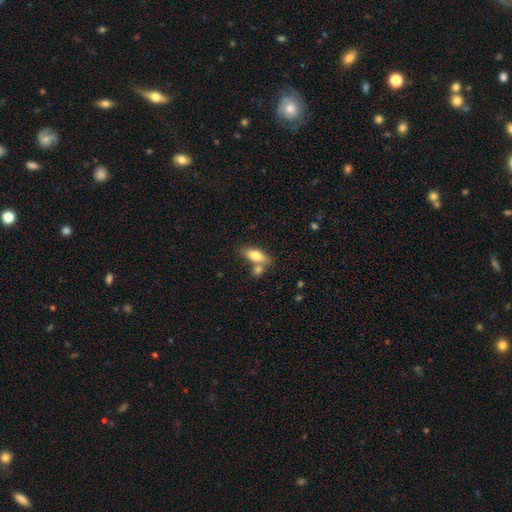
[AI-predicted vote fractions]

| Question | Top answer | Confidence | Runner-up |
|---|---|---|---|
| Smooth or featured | smooth | 75% | featured or disk (19%) |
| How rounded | in between | 76% | cigar-shaped (20%) |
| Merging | none | 55% | merger (28%) |